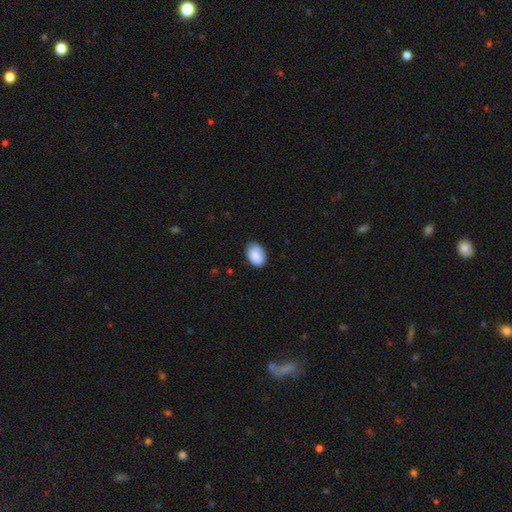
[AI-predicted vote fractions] smooth_or_featured: smooth (p=0.85) [alt: featured or disk p=0.08]
how_rounded: in between (p=0.84) [alt: round p=0.15]
merging: none (p=0.72) [alt: minor disturbance p=0.23]